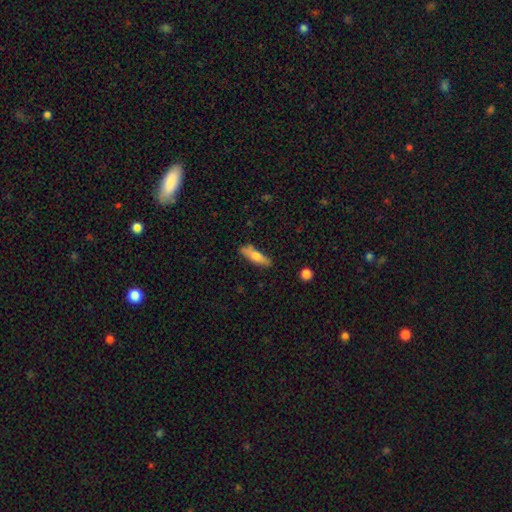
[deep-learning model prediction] This appears to be a smooth galaxy with no disk features (71%) that is cigar-shaped (60%). Merging: none (76%).